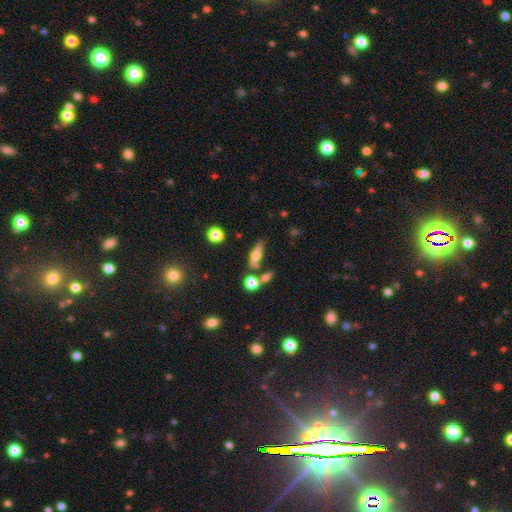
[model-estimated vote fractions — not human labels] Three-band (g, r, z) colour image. It shows a featured or disk galaxy (46%). Merging: none (67%).